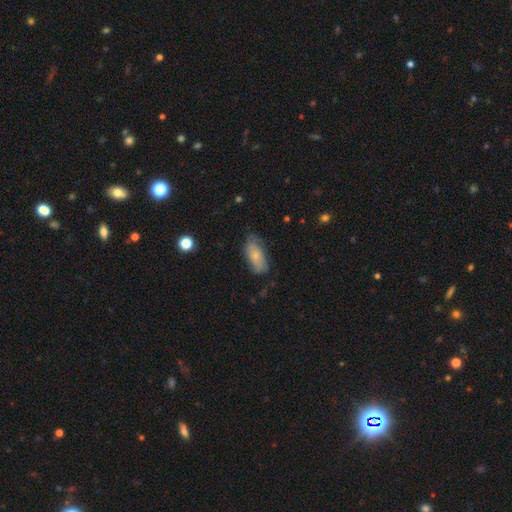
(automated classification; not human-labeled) A smooth galaxy with no disk features (66%) that is in between round and cigar-shaped (85%). Merging: none (62%).